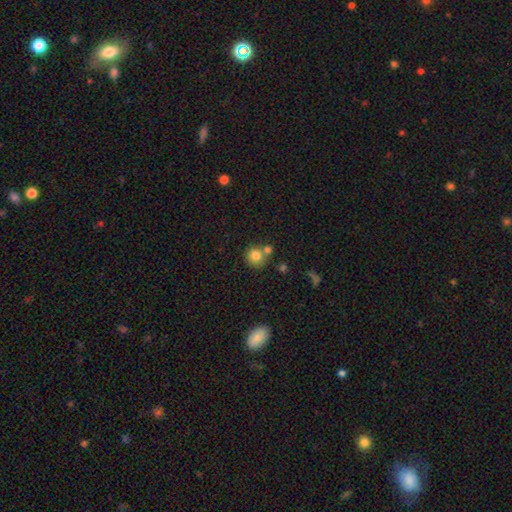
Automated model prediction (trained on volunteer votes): Morphology: type=smooth (81%); roundness=round (90%); merging=none (61%).